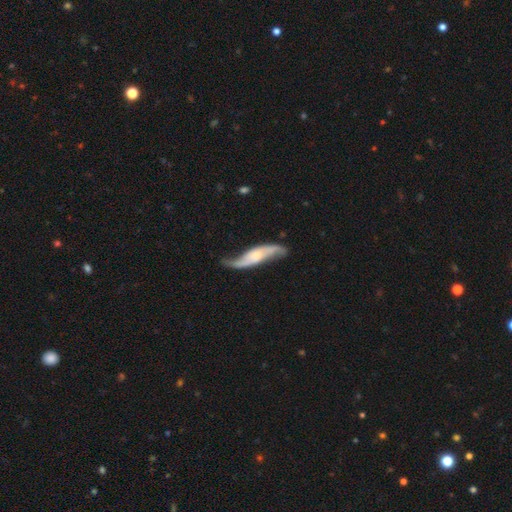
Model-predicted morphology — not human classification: Smooth or featured: featured or disk — 79% (smooth — 16%)
Edge-on disk: no — 80% (yes — 20%)
Bar: no — 59% (weak — 29%)
Spiral arms: yes — 94% (no — 6%)
Spiral winding: loose — 76% (medium — 17%)
Spiral arm count: 2 — 90% (can't tell — 4%)
Bulge size: small — 45% (moderate — 38%)
Merging: none — 63% (minor disturbance — 23%)